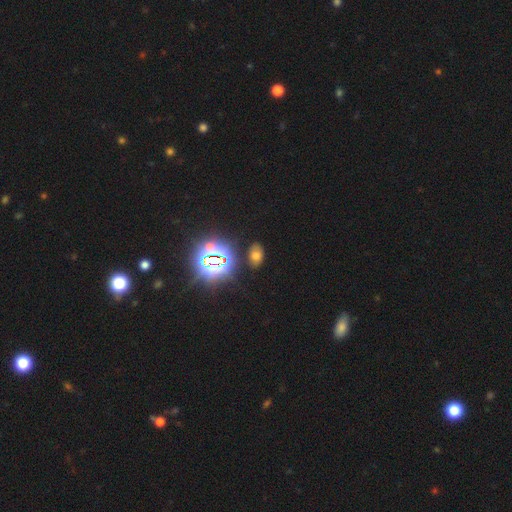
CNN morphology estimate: The model was most divided on "smooth or featured": smooth: 50%, star or artifact: 37%, featured or disk: 13%. More confident: merging — none (80%).